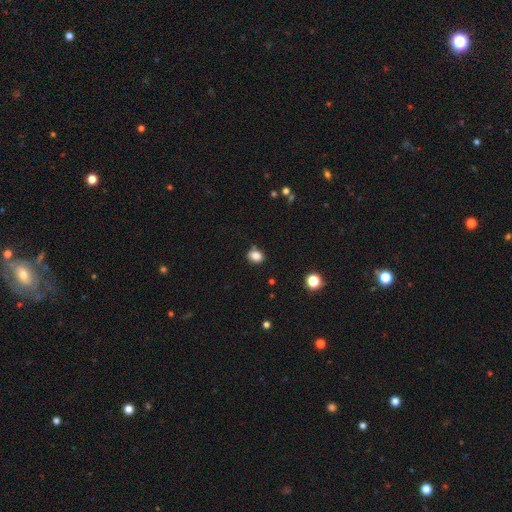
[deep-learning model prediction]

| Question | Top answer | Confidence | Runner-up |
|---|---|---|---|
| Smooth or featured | smooth | 83% | star or artifact (11%) |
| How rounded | in between | 51% | round (48%) |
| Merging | none | 76% | minor disturbance (16%) |